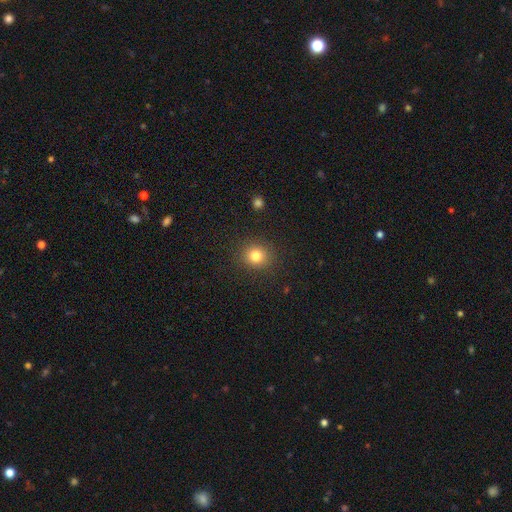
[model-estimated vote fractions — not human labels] smooth 80%, star or artifact 13%, featured or disk 7%. Down the decision tree: how rounded — round (84%); merging — none (90%).